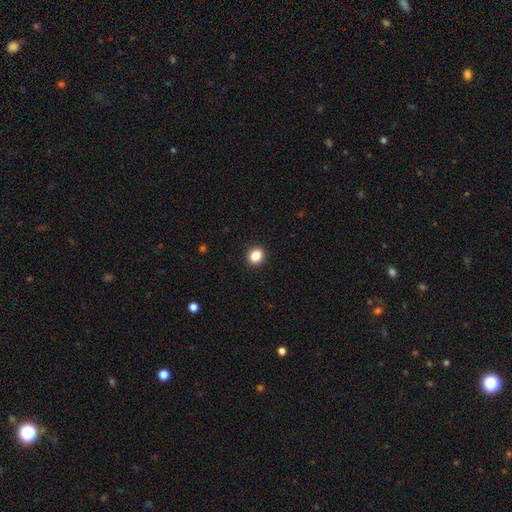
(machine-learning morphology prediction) Smooth or featured: smooth — 86% (star or artifact — 10%)
How rounded: round — 74% (in between — 25%)
Merging: none — 92% (minor disturbance — 5%)